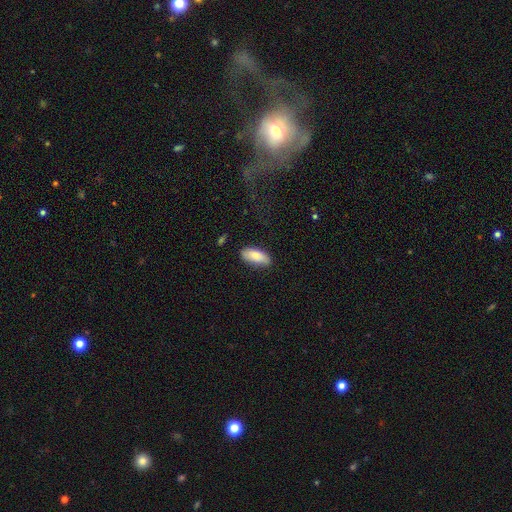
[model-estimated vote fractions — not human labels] smooth-or-featured: smooth: 78% | featured or disk: 15% | star or artifact: 6%
  how-rounded: in between: 87% | cigar-shaped: 11% | round: 2%
  merging: none: 75% | minor disturbance: 20% | major disturbance: 3% | merger: 1%